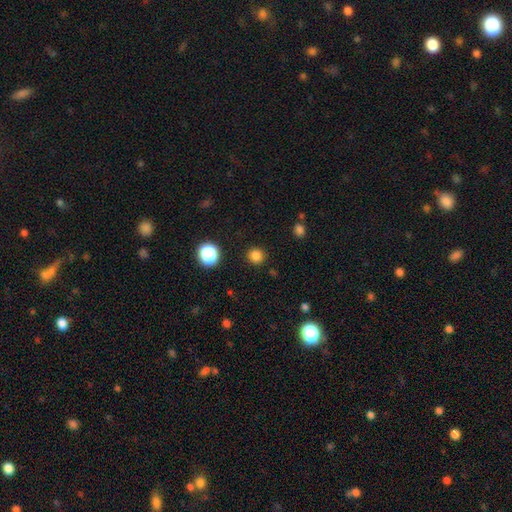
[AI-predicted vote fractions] This is clearly a smooth galaxy (82%). How rounded: clearly round (93%). Merging: clearly none (91%).